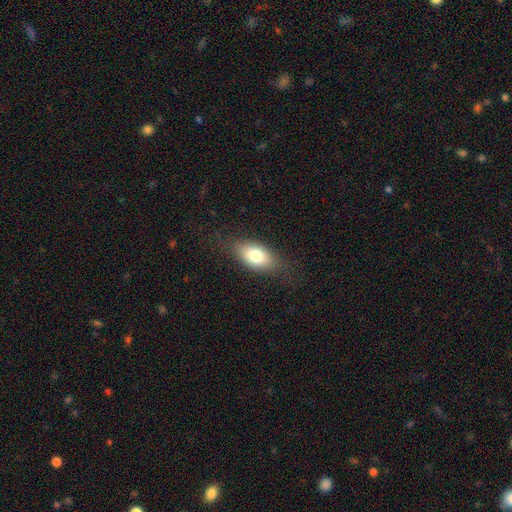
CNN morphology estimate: A smooth galaxy with no disk features (76%) that is in between round and cigar-shaped (89%). Merging: none (77%).